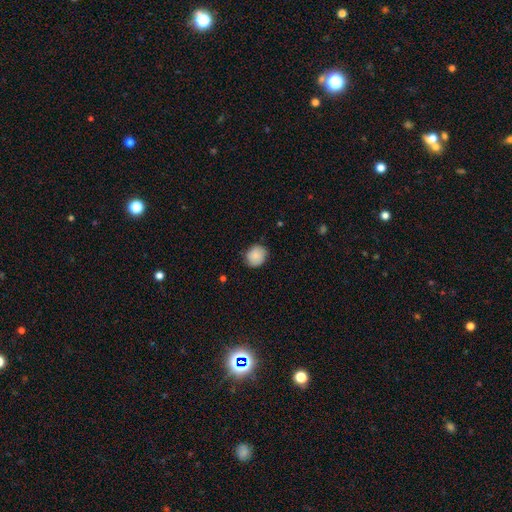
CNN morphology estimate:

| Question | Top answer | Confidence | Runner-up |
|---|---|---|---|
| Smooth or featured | smooth | 85% | featured or disk (7%) |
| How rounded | round | 69% | in between (30%) |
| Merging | none | 79% | minor disturbance (17%) |